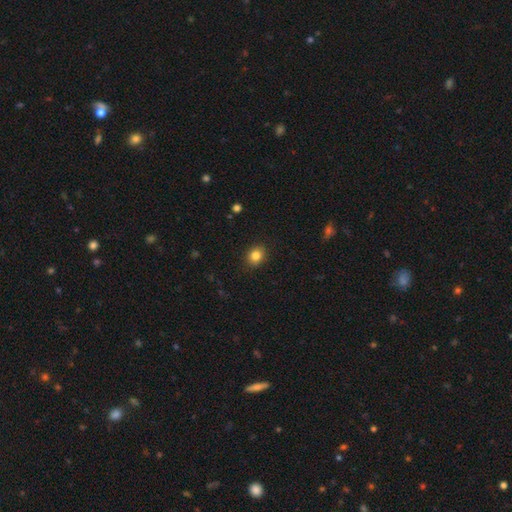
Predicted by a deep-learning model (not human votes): smooth_or_featured: smooth (p=0.84) [alt: star or artifact p=0.10]
how_rounded: round (p=0.61) [alt: in between p=0.38]
merging: none (p=0.89) [alt: minor disturbance p=0.08]